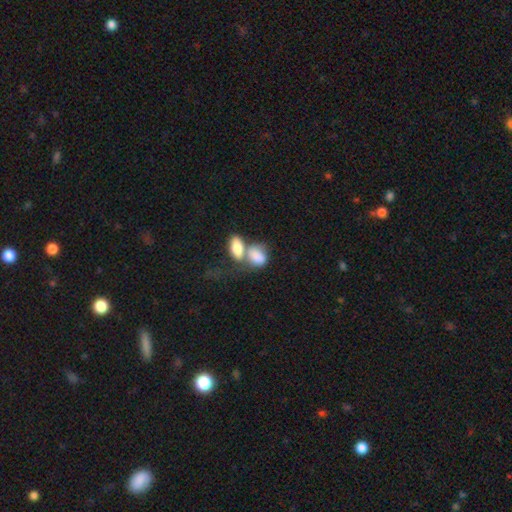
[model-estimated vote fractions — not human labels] A smooth galaxy with no disk features (78%) that is in between round and cigar-shaped (84%). Merging: merger (67%).